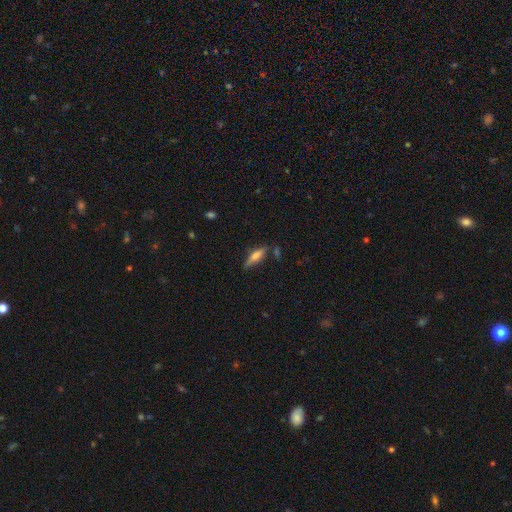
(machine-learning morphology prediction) Overall: smooth (51%; featured or disk 42%). How rounded: cigar-shaped (66%; in between 32%). Merging: none (75%).